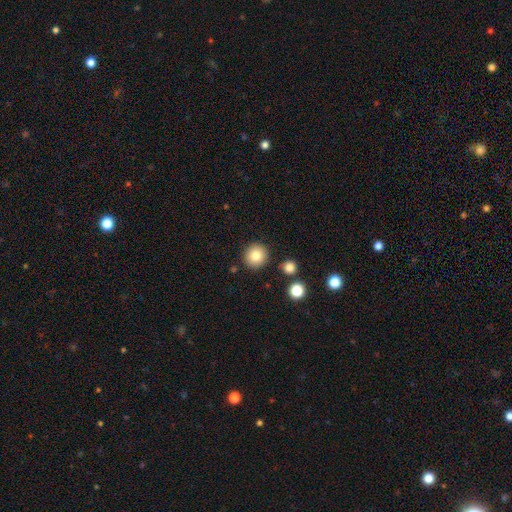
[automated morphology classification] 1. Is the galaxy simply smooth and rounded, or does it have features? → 82% smooth, 10% star or artifact, 8% featured or disk.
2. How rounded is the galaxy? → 92% round, 7% in between, 1% cigar-shaped.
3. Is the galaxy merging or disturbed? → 89% none, 6% minor disturbance, 3% merger, 2% major disturbance.